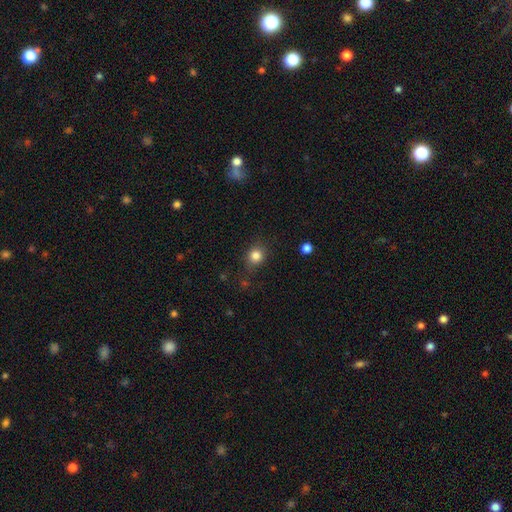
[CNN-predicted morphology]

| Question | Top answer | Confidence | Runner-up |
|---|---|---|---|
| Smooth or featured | smooth | 83% | star or artifact (12%) |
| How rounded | round | 79% | in between (20%) |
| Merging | none | 81% | minor disturbance (13%) |